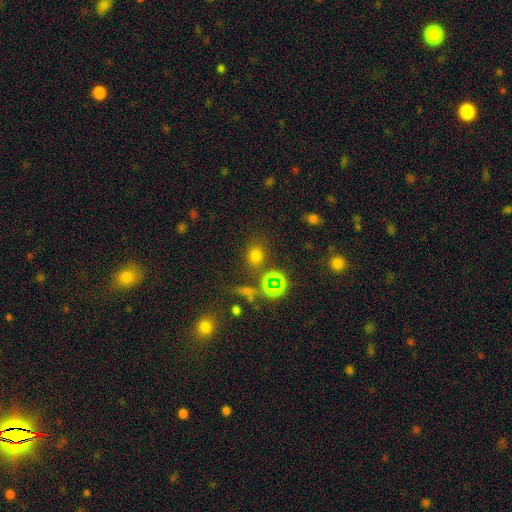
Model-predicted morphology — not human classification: type=smooth (67%); roundness=round (68%); merging=none (78%).